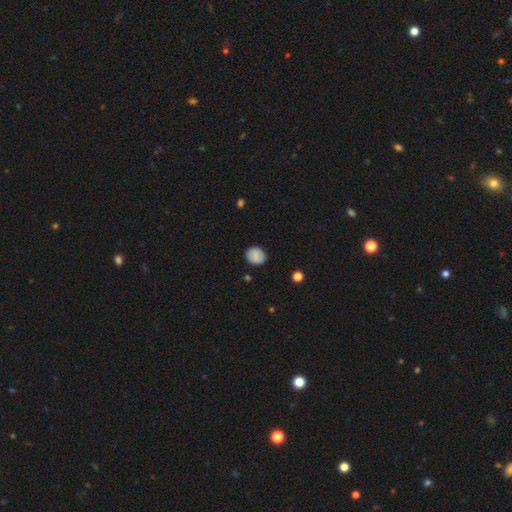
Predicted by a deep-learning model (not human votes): A smooth galaxy with no disk features (81%) that is round (70%).

Vote fractions:
- Smooth or featured? smooth: 81% / featured or disk: 11% / star or artifact: 8%
- How rounded? round: 70% / in between: 29% / cigar-shaped: 1%
- Merging? none: 85% / minor disturbance: 11% / major disturbance: 3% / merger: 1%